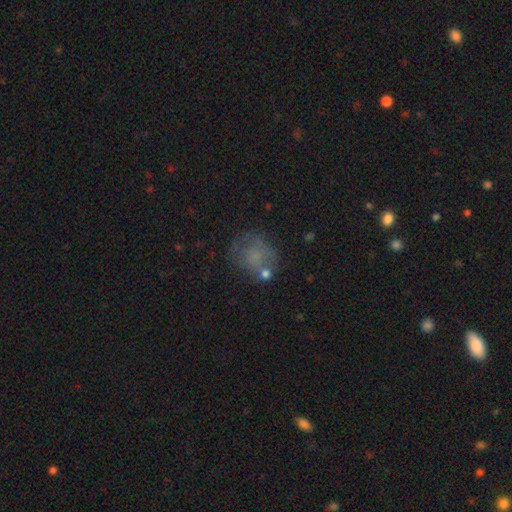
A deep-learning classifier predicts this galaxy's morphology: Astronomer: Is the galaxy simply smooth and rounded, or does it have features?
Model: smooth — 57%.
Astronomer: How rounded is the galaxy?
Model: round — 69%.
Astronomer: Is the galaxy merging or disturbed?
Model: none — 53%.